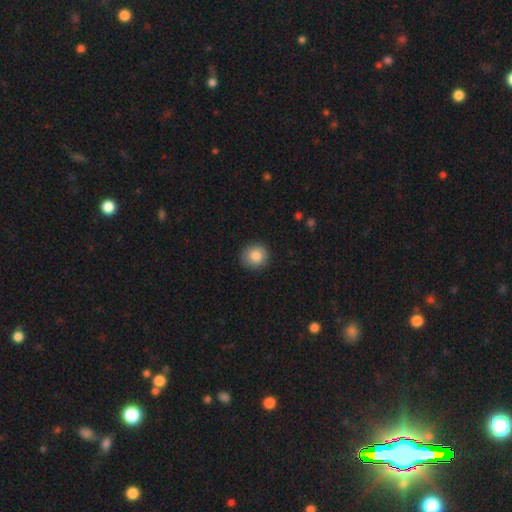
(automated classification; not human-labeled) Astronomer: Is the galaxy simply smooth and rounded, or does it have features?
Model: smooth — 84%.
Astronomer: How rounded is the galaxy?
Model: round — 88%.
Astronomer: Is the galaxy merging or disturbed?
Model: none — 89%.